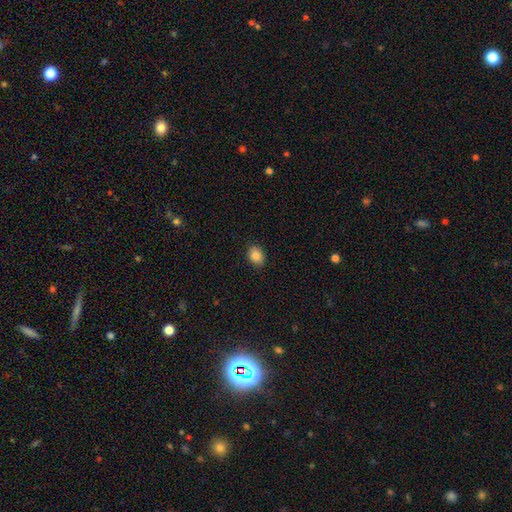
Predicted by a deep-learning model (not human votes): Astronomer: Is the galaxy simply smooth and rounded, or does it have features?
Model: smooth — 84%.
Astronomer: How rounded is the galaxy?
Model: in between — 65%.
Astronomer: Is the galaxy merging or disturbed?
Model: none — 89%.